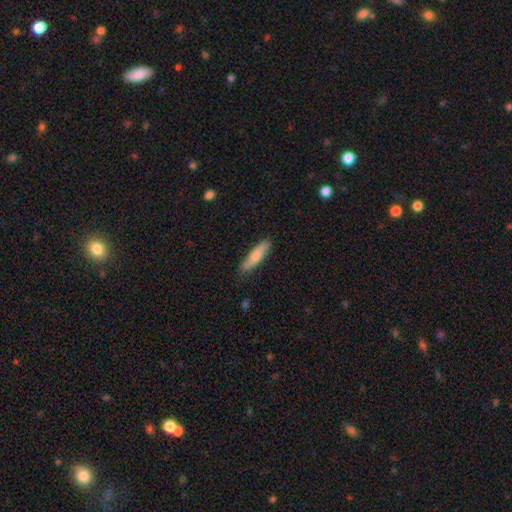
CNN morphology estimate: The model was most divided on "how rounded": cigar-shaped: 74%, in between: 24%, round: 2%. More confident: merging — none (82%); smooth or featured — smooth (74%).